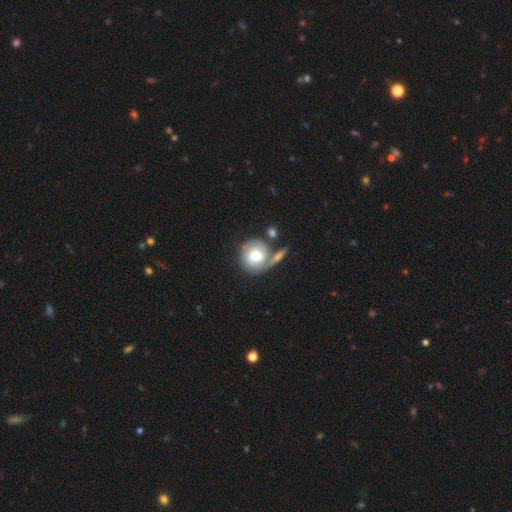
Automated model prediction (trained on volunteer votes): Smooth or featured? Predicted: smooth (p=0.50). Merging? Predicted: none (p=0.48).